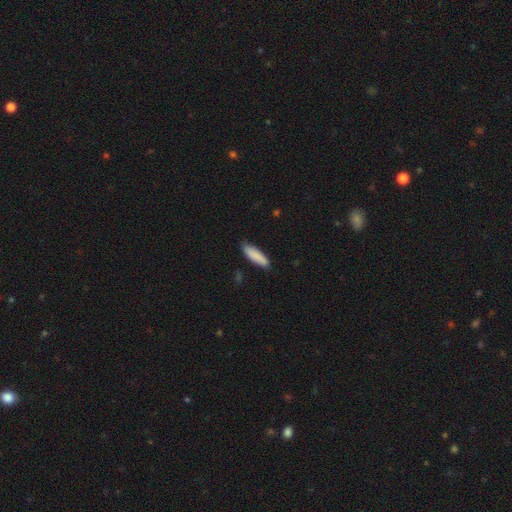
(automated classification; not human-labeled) Smooth or featured? smooth (88%)
How rounded? cigar-shaped (60%)
Merging? none (83%)